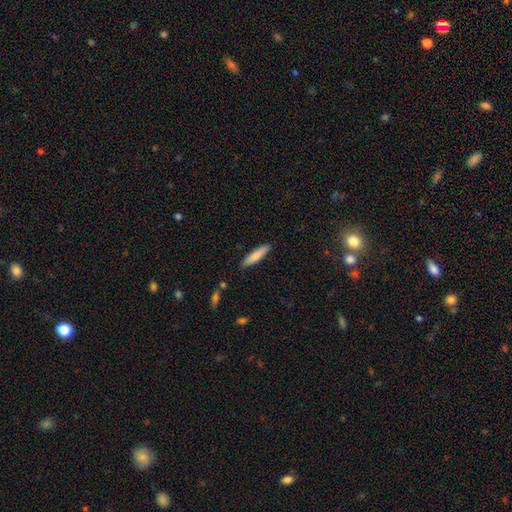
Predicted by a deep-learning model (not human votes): A smooth galaxy with no disk features (75%) that is cigar-shaped (81%). Merging: none (89%).